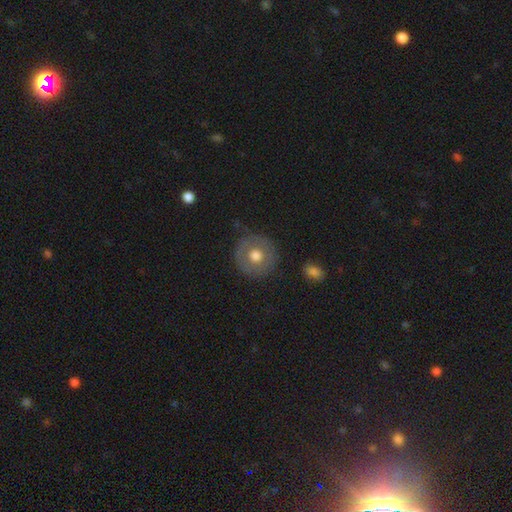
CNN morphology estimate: The model was most divided on "smooth or featured": smooth: 63%, featured or disk: 30%, star or artifact: 8%. More confident: how rounded — round (94%); merging — none (84%).